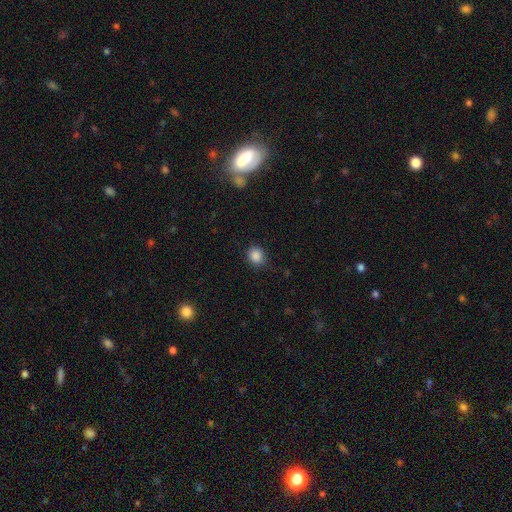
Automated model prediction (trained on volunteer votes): Smooth or featured: smooth — 87% (star or artifact — 10%)
How rounded: round — 75% (in between — 24%)
Merging: none — 83% (minor disturbance — 13%)